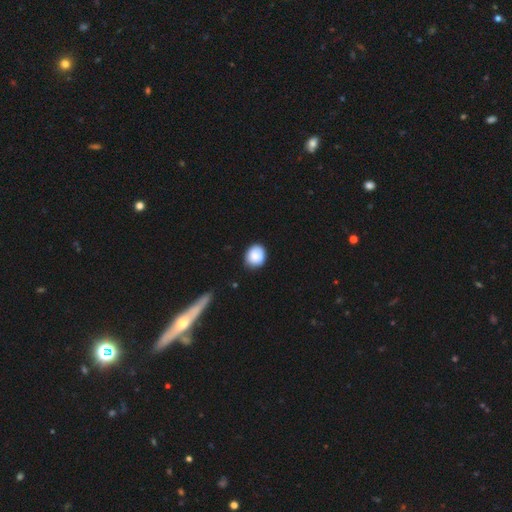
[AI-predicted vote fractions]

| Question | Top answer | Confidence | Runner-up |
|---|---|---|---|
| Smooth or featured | smooth | 85% | star or artifact (8%) |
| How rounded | round | 68% | in between (31%) |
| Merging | none | 77% | minor disturbance (18%) |